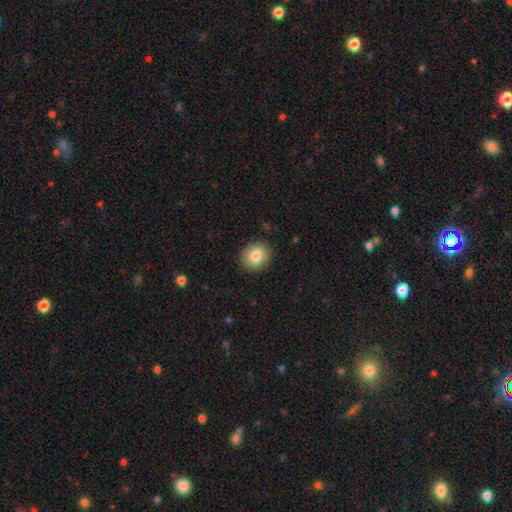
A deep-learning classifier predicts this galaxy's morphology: This is clearly a smooth galaxy (83%). How rounded: likely round (77%). Merging: clearly none (89%).